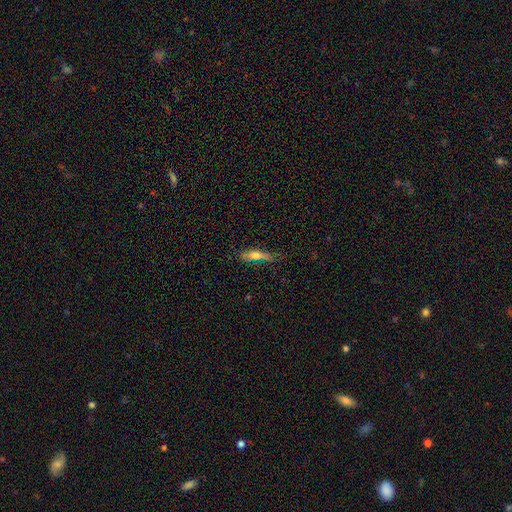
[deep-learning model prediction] smooth 59%, featured or disk 32%, star or artifact 9%. Down the decision tree: how rounded — cigar-shaped (73%); merging — none (61%).